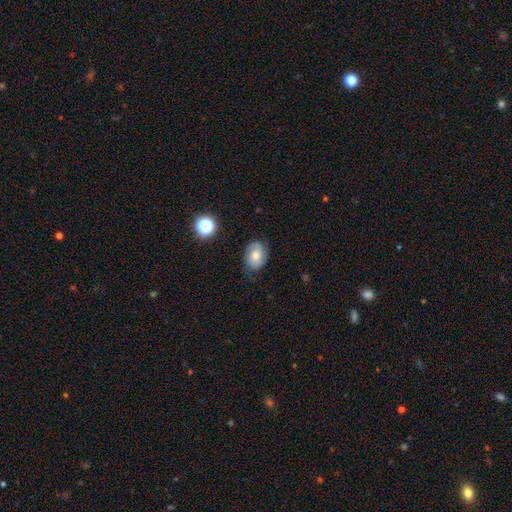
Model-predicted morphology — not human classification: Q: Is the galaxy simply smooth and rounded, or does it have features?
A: featured or disk — 45%.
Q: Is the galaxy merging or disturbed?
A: none — 73%.